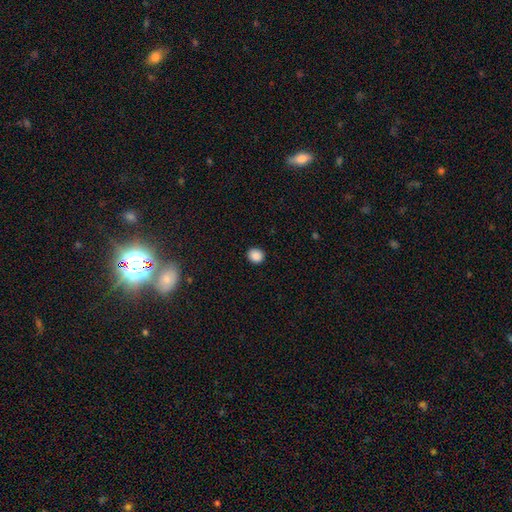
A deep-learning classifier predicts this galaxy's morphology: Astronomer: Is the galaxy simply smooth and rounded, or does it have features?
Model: smooth — 88%.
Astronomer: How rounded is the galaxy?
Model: round — 78%.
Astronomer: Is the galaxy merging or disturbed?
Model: none — 91%.